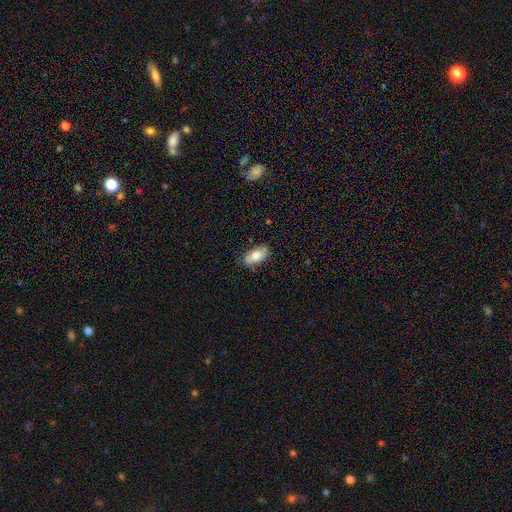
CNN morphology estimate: Smooth or featured? smooth (77%)
How rounded? in between (91%)
Merging? none (80%)